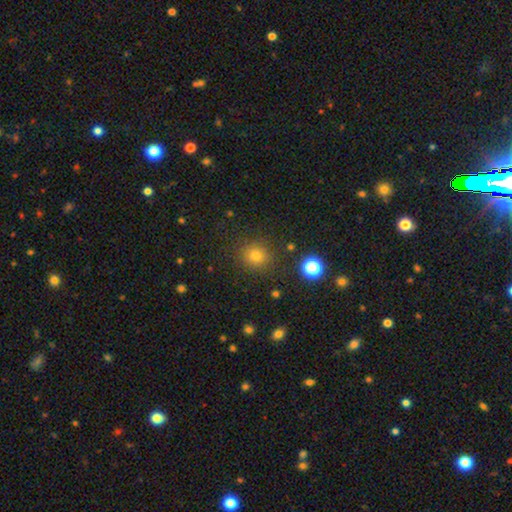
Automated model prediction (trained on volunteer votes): Overall: smooth (74%). How rounded: round (88%). Merging: none (88%).